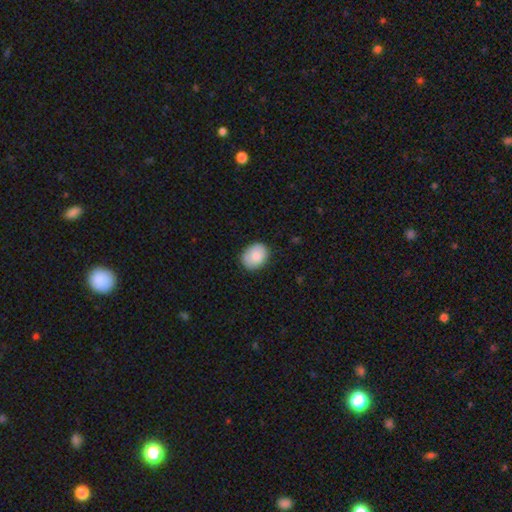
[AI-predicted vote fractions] The model was most divided on "how rounded": in between: 59%, round: 40%, cigar-shaped: 1%. More confident: smooth or featured — smooth (86%); merging — none (82%).